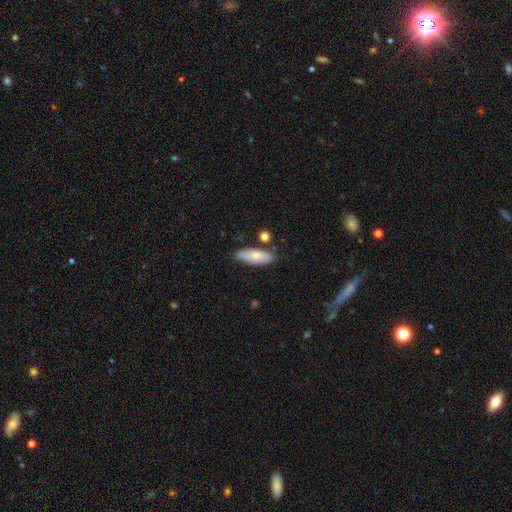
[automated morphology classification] smooth_or_featured: smooth (p=0.74) [alt: featured or disk p=0.20]
how_rounded: in between (p=0.70) [alt: cigar-shaped p=0.28]
merging: none (p=0.76) [alt: minor disturbance p=0.15]